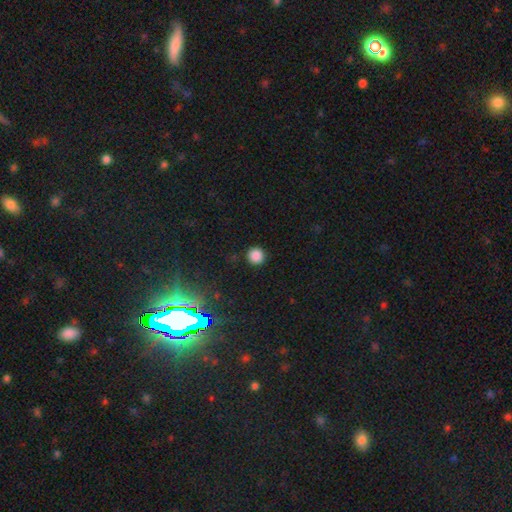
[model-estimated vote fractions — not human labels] A smooth galaxy with no disk features (84%) that is round (94%). Merging: none (91%).